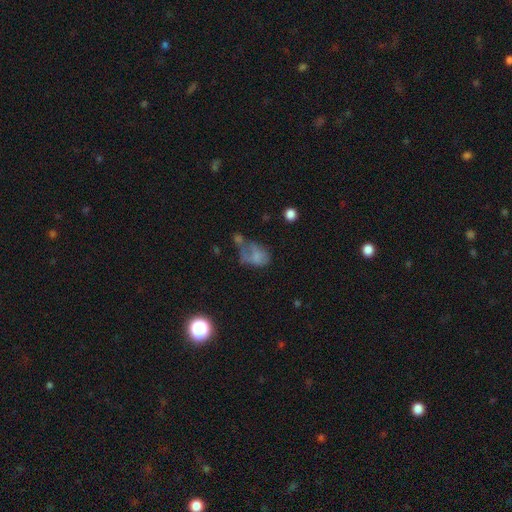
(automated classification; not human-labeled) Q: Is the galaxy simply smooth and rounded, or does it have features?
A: smooth — 58%.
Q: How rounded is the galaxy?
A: in between — 79%.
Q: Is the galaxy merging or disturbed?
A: major disturbance — 34%.